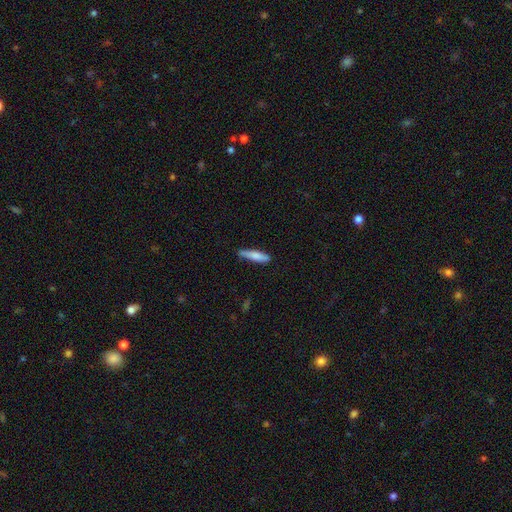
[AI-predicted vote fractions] This appears to be a smooth galaxy with no disk features (76%) that is cigar-shaped (84%). Merging: none (78%).